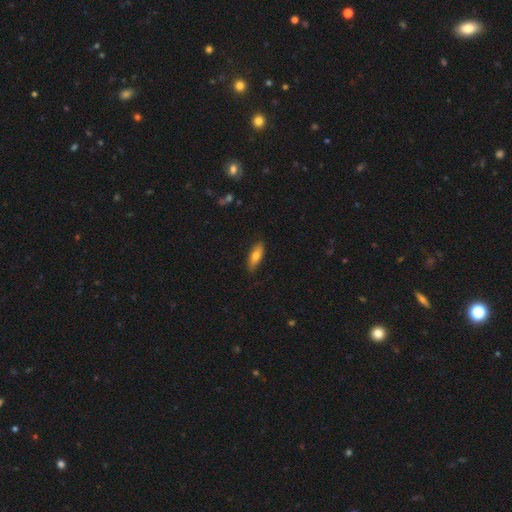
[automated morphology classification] smooth-or-featured: smooth: 71% | featured or disk: 23% | star or artifact: 6%
  how-rounded: in between: 59% | cigar-shaped: 39% | round: 2%
  merging: none: 85% | minor disturbance: 12% | major disturbance: 2% | merger: 1%